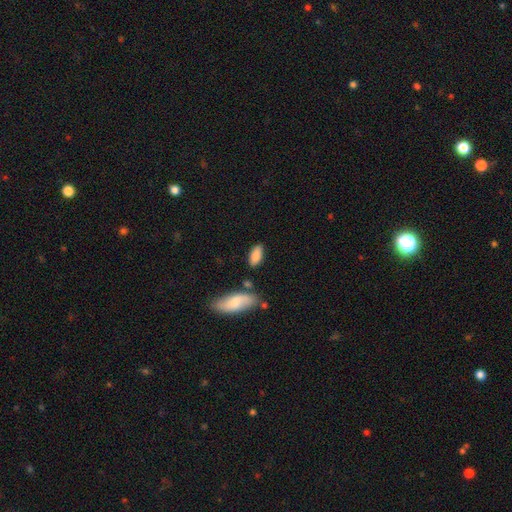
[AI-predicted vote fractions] Overall: smooth (85%). How rounded: in between (83%). Merging: none (76%).